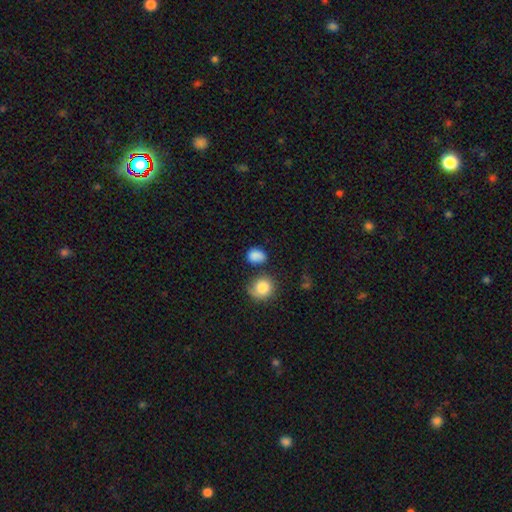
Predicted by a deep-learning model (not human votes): This is clearly a smooth galaxy (84%). How rounded: possibly in between (54%). Merging: possibly none (58%).